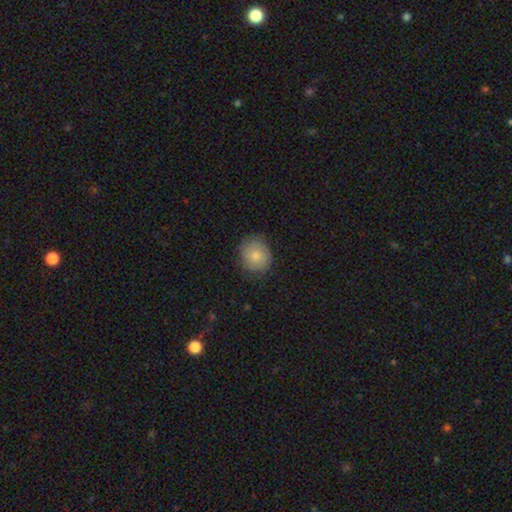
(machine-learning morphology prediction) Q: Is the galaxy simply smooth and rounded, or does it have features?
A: smooth — 74%.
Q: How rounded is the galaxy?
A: round — 82%.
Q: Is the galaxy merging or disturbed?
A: none — 77%.